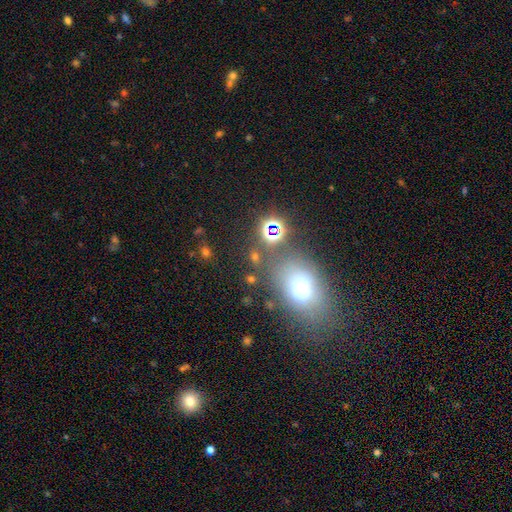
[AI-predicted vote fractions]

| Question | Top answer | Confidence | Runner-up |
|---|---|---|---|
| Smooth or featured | smooth | 44% | star or artifact (41%) |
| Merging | none | 68% | minor disturbance (12%) |